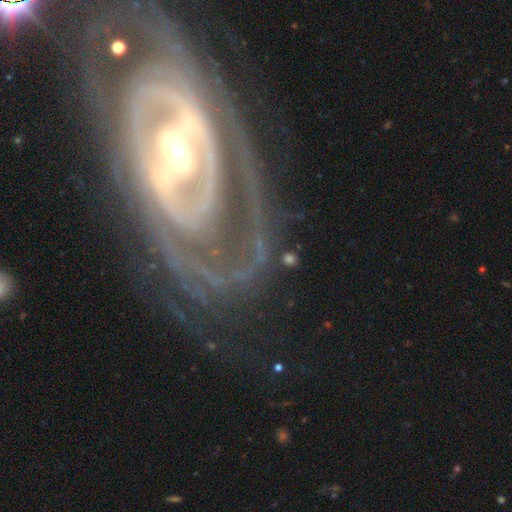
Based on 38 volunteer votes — smooth-or-featured: featured or disk: 76% | smooth: 16% | star or artifact: 8%
  disk-edge-on: no: 93% | yes: 7%
    bar: strong: 44% | weak: 30% | no: 26%
    has-spiral-arms: yes: 93% | no: 7%
      spiral-winding: tight: 52% | medium: 36% | loose: 12%
      spiral-arm-count: 2: 36% | 3: 32% | can't tell: 24% | 1: 4% | 4: 4% | more than 4: 0%
    bulge-size: moderate: 41% | small: 37% | large: 19% | none: 4% | dominant: 0%
  merging: none: 71% | minor disturbance: 11% | merger: 11% | major disturbance: 6%